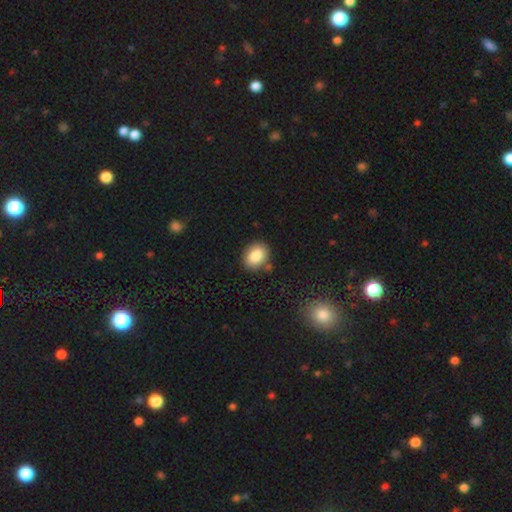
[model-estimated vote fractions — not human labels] Smooth or featured? smooth (85%)
How rounded? in between (58%)
Merging? none (82%)